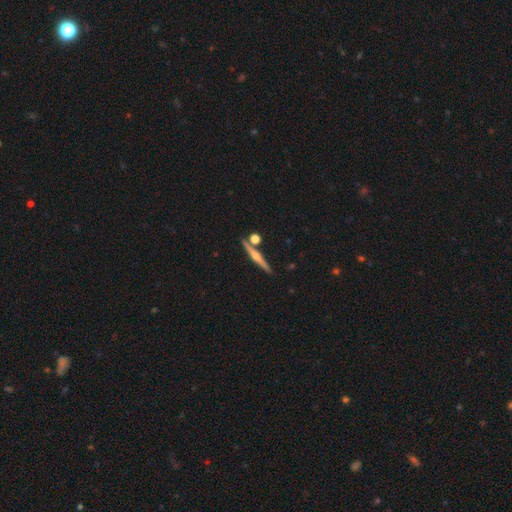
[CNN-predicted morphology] Q: Smooth or featured?
A: featured or disk (73%); runner-up: smooth (20%)
Q: Edge-on disk?
A: yes (98%); runner-up: no (2%)
Q: Edge-on bulge?
A: rounded (91%); runner-up: none (5%)
Q: Merging?
A: none (82%); runner-up: merger (8%)